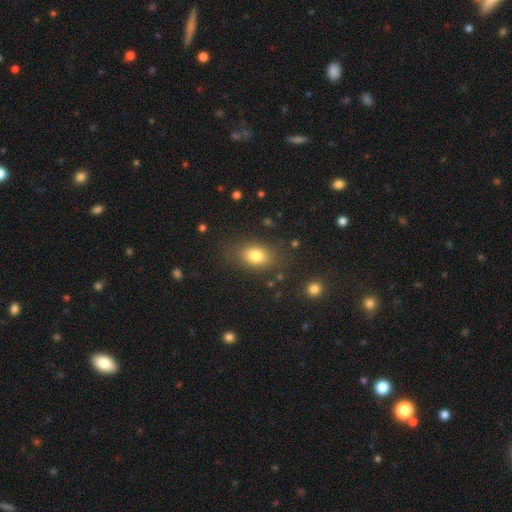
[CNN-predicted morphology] The model was most divided on "how rounded": in between: 77%, round: 21%, cigar-shaped: 2%. More confident: smooth or featured — smooth (80%); merging — none (80%).